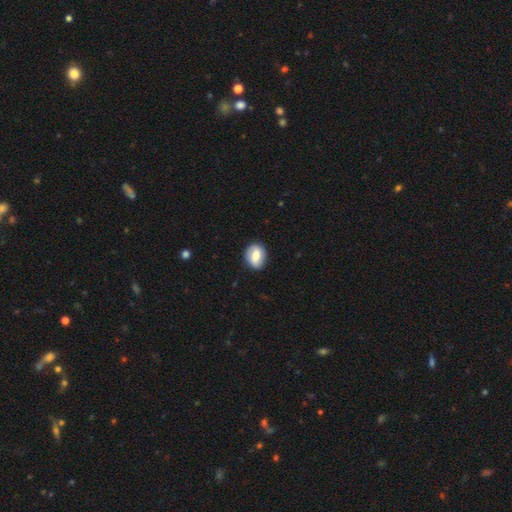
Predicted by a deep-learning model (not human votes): Q: Smooth or featured?
A: smooth (63%); runner-up: featured or disk (30%)
Q: How rounded?
A: in between (61%); runner-up: round (38%)
Q: Merging?
A: none (85%); runner-up: minor disturbance (11%)